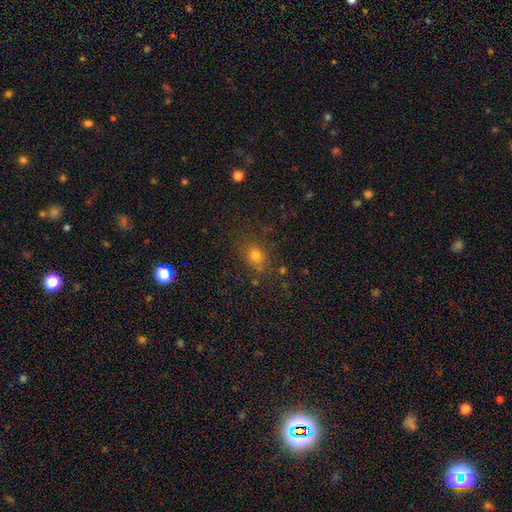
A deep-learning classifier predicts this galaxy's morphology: smooth 73%, star or artifact 19%, featured or disk 8%. Down the decision tree: how rounded — round (60%); merging — none (79%).